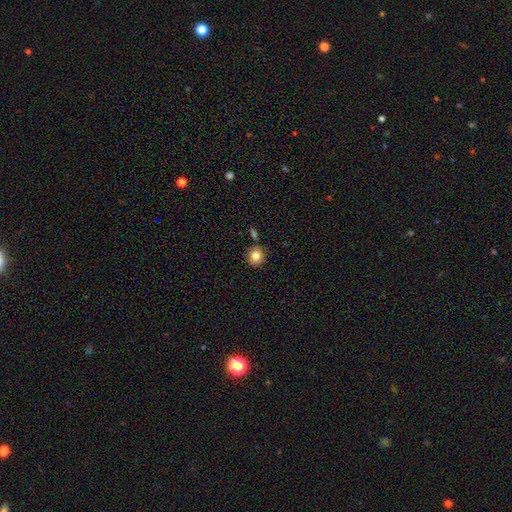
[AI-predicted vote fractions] Overall: smooth (81%). How rounded: round (90%). Merging: none (82%).